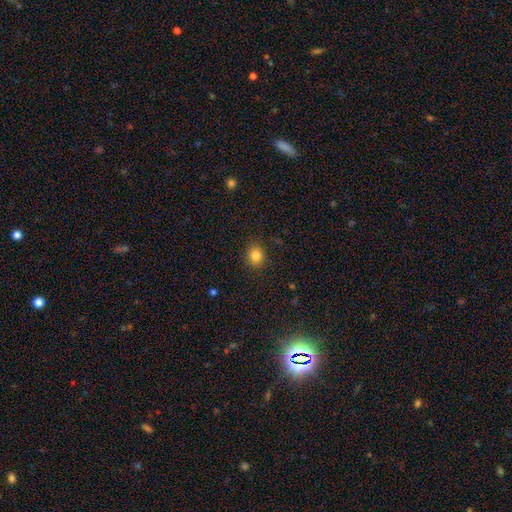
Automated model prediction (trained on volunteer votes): This is clearly a smooth galaxy (83%). How rounded: clearly round (80%). Merging: clearly none (87%).